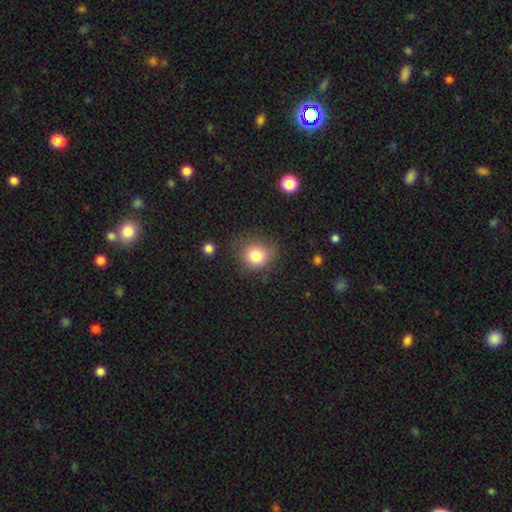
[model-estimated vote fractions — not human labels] Q: Smooth or featured?
A: smooth (81%); runner-up: star or artifact (11%)
Q: How rounded?
A: round (81%); runner-up: in between (18%)
Q: Merging?
A: none (77%); runner-up: minor disturbance (16%)